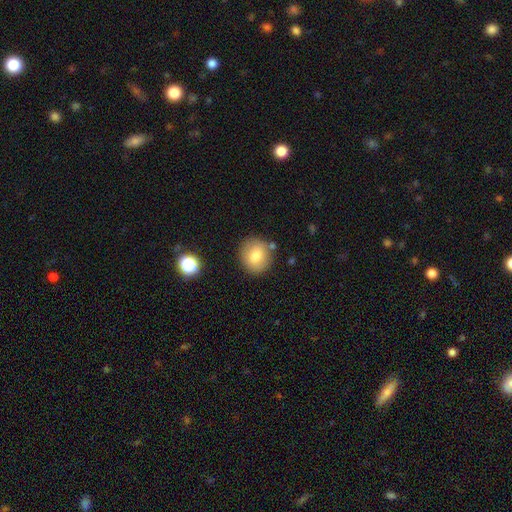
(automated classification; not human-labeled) smooth 78%, featured or disk 12%, star or artifact 10%. Down the decision tree: how rounded — round (75%); merging — none (81%).